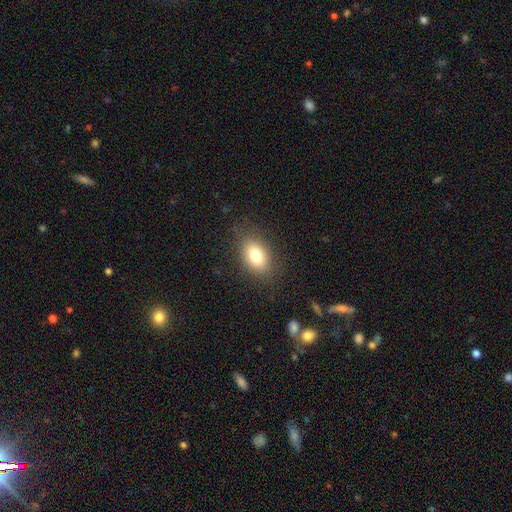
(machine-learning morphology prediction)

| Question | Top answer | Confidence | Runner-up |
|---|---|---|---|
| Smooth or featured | smooth | 79% | featured or disk (12%) |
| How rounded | in between | 85% | round (13%) |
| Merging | none | 82% | minor disturbance (12%) |